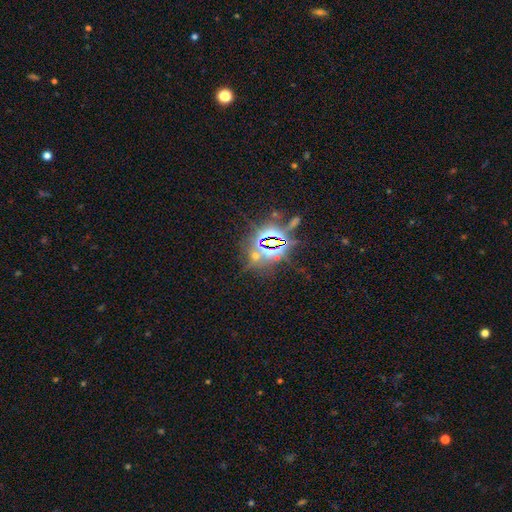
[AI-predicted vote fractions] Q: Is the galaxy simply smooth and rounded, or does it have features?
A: star or artifact — 77%.